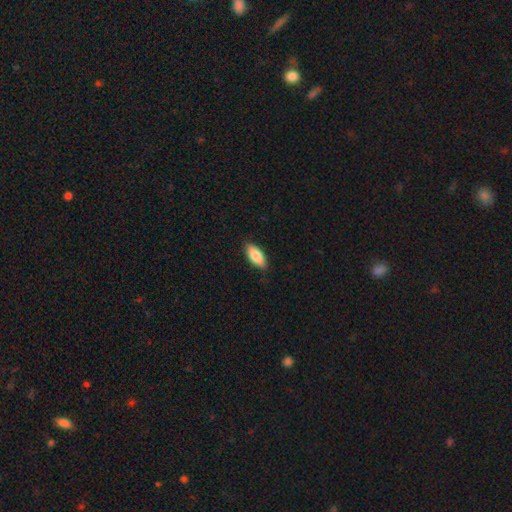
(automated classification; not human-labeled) This is clearly a smooth galaxy (83%). How rounded: clearly in between (83%). Merging: clearly none (86%).